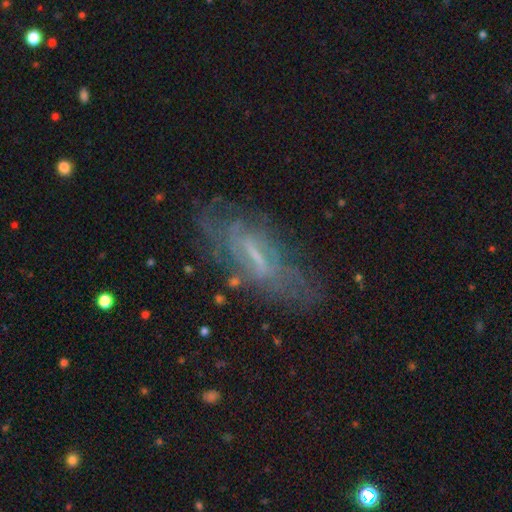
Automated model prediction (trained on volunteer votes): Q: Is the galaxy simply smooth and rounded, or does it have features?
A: featured or disk — 69%.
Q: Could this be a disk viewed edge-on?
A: no — 78%.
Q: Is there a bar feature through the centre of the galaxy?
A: weak — 42%.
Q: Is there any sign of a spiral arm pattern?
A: yes — 65%.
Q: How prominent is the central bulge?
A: small — 39%.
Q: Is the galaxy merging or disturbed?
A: none — 64%.